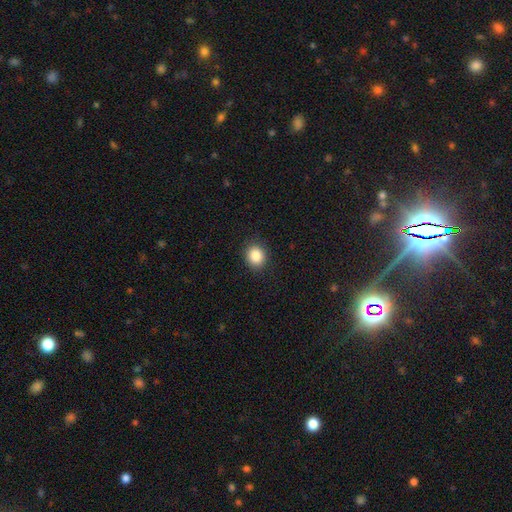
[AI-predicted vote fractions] smooth-or-featured: smooth: 87% | star or artifact: 9% | featured or disk: 4%
  how-rounded: round: 70% | in between: 30% | cigar-shaped: 1%
  merging: none: 89% | minor disturbance: 8% | major disturbance: 2% | merger: 1%